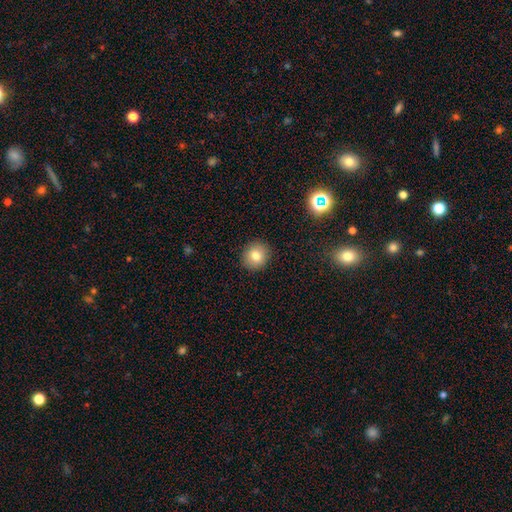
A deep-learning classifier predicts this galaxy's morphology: Smooth or featured?
  - smooth: 79% *
  - star or artifact: 11%
  - featured or disk: 10%
How rounded?
  - round: 87% *
  - in between: 12%
  - cigar-shaped: 1%
Merging?
  - none: 91% *
  - minor disturbance: 6%
  - major disturbance: 2%
  - merger: 1%